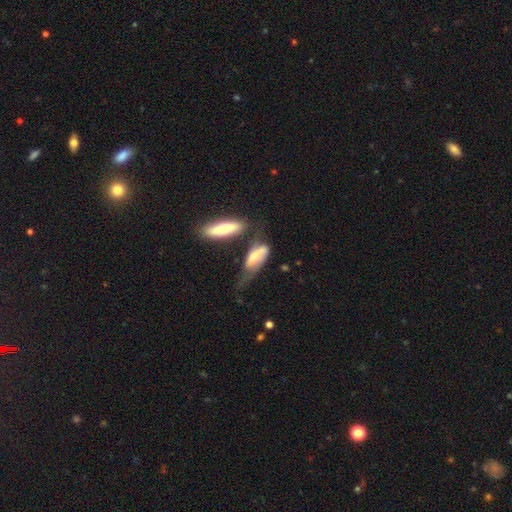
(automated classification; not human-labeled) A smooth galaxy with no disk features (63%) that is in between round and cigar-shaped (66%). Merging: major disturbance (30%).